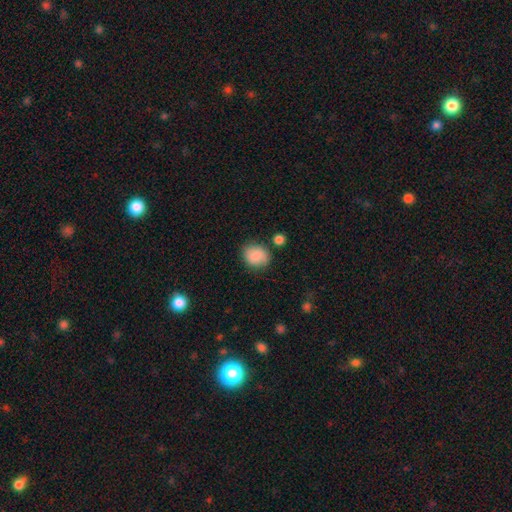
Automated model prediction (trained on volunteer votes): Smooth or featured? smooth (85%)
How rounded? round (65%)
Merging? none (77%)